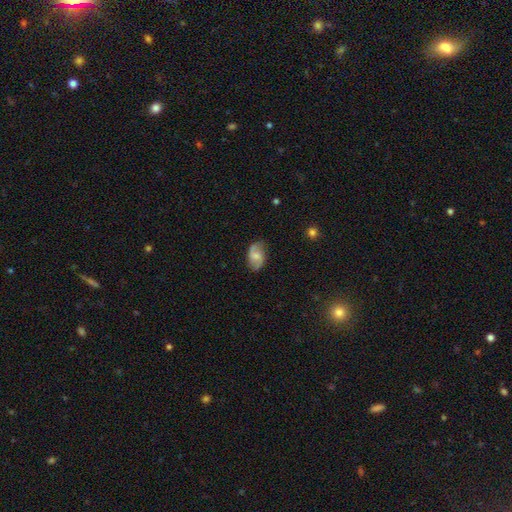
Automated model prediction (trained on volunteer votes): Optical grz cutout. It shows a featured or disk galaxy (67%) with no bar (48%), 2 (91%) loose (52%) spiral arms (92%) and a moderate central bulge (44%). Merging: none (79%).